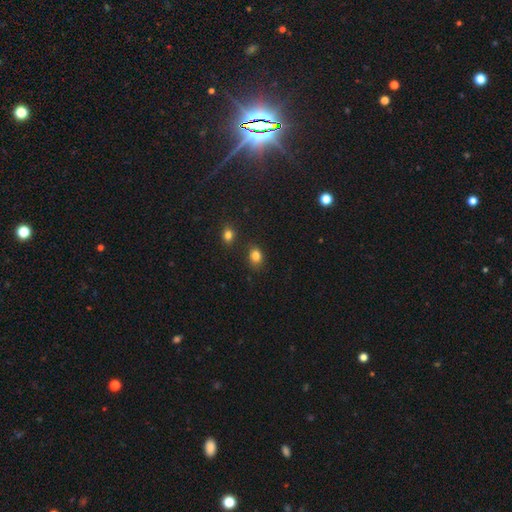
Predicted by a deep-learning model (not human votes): Smooth or featured?
  - smooth: 83% *
  - star or artifact: 12%
  - featured or disk: 5%
How rounded?
  - in between: 56% *
  - round: 43%
  - cigar-shaped: 1%
Merging?
  - none: 77% *
  - minor disturbance: 14%
  - merger: 6%
  - major disturbance: 3%